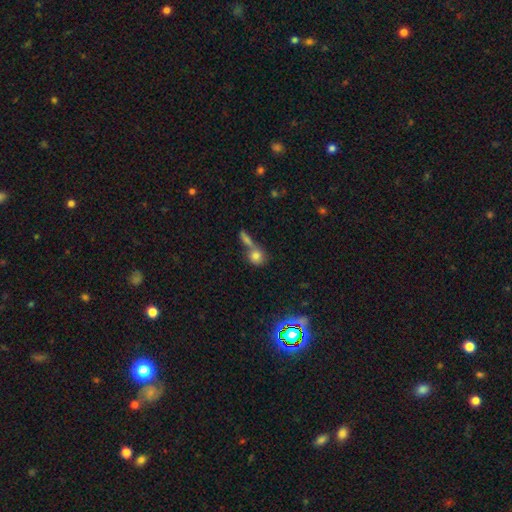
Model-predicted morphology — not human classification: This appears to be a smooth galaxy with no disk features (75%) that is round (74%). Merging: merger (48%).